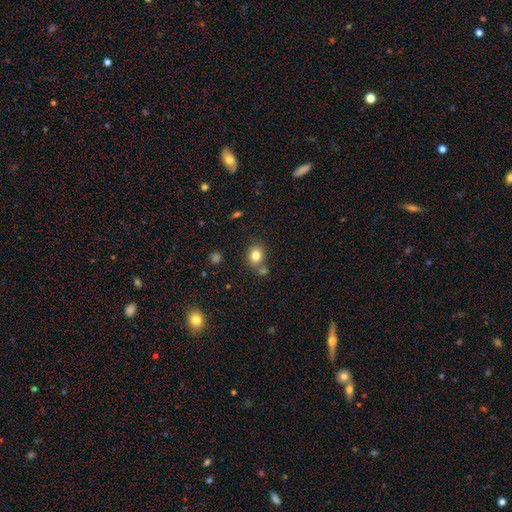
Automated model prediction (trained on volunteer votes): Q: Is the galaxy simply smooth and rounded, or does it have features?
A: smooth — 81%.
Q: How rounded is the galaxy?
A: round — 68%.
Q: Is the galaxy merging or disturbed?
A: none — 65%.